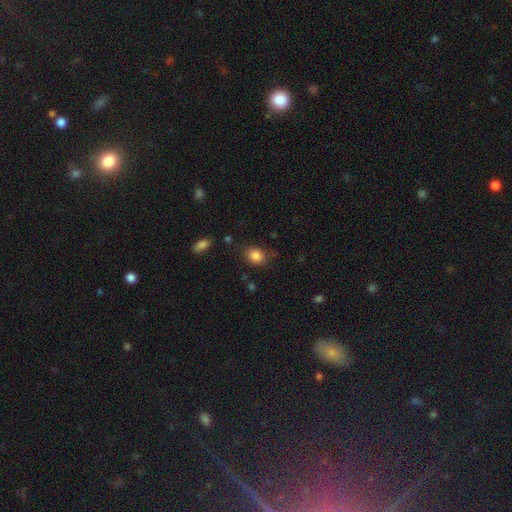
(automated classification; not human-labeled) This is clearly a smooth galaxy (85%). How rounded: possibly round (56%). Merging: likely none (76%).